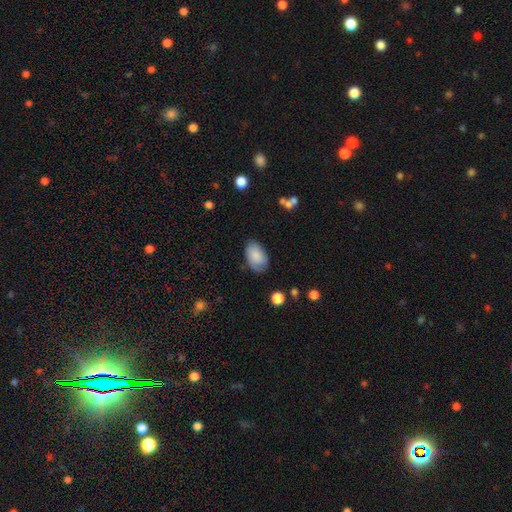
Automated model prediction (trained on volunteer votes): The model was most divided on "merging": none: 78%, minor disturbance: 17%, major disturbance: 4%, merger: 2%. More confident: how rounded — in between (93%); smooth or featured — smooth (86%).